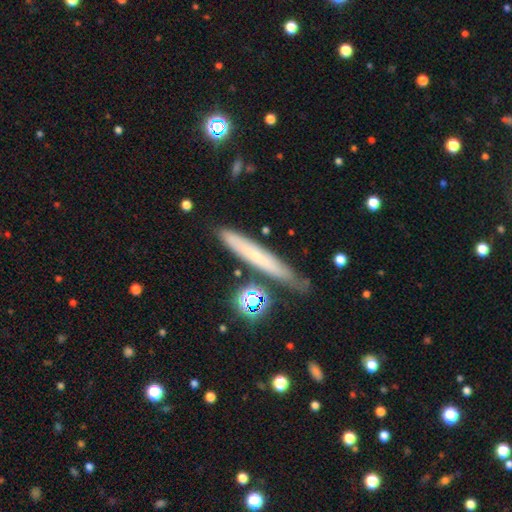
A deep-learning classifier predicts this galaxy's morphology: This appears to be a smooth galaxy with no disk features (53%) that is cigar-shaped (94%). Merging: none (77%).